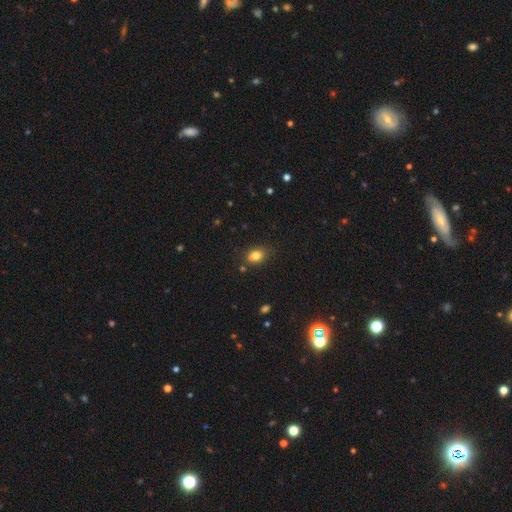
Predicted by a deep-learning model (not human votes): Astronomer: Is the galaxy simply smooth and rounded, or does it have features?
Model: smooth — 80%.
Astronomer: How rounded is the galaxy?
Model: in between — 67%.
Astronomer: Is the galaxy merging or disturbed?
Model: none — 69%.